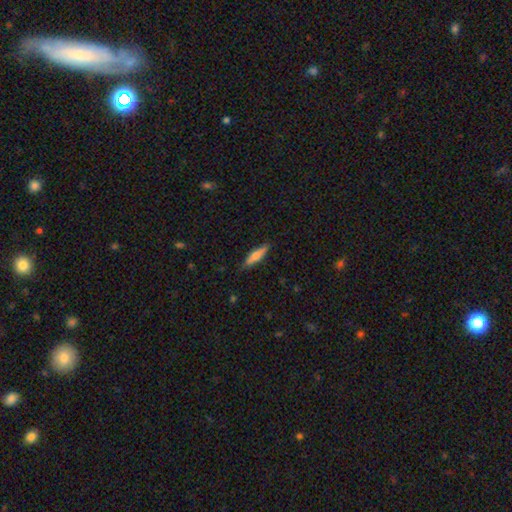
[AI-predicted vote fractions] Smooth or featured: smooth — 54% (featured or disk — 39%)
How rounded: cigar-shaped — 76% (in between — 22%)
Merging: none — 86% (minor disturbance — 11%)